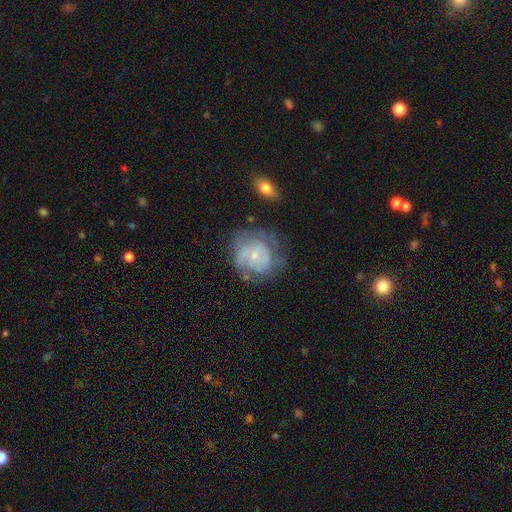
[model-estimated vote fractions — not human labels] This is likely a featured or disk galaxy (67%). It is clearly not viewed edge-on (98%). Bar: likely no (78%). Spiral arm pattern: likely yes (71%). Central bulge: likely small (73%). Merging: possibly none (52%).